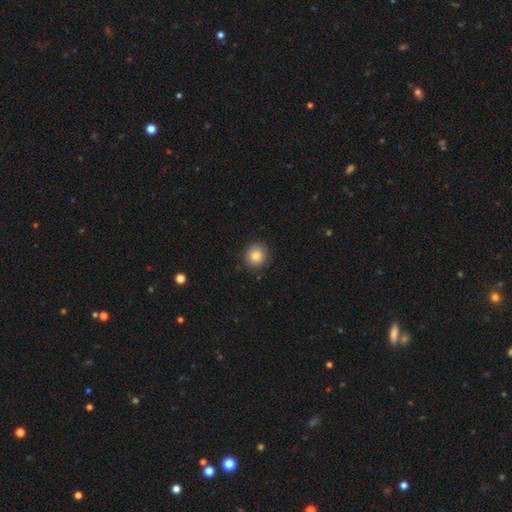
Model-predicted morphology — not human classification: Smooth or featured?
  - smooth: 84% *
  - star or artifact: 10%
  - featured or disk: 6%
How rounded?
  - round: 92% *
  - in between: 7%
  - cigar-shaped: 1%
Merging?
  - none: 91% *
  - minor disturbance: 6%
  - major disturbance: 2%
  - merger: 1%